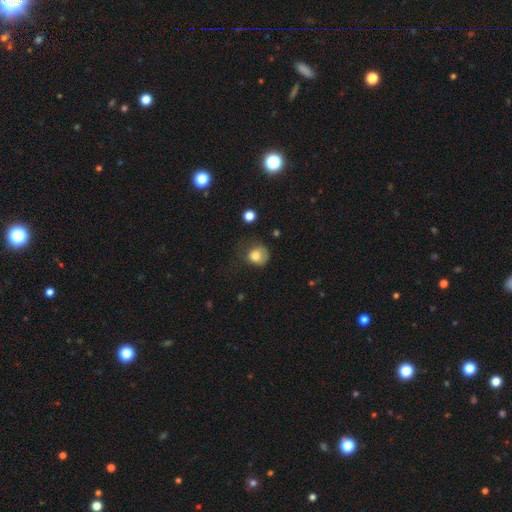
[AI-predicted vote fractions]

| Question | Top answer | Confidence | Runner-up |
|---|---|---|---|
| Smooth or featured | smooth | 79% | featured or disk (12%) |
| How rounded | round | 72% | in between (27%) |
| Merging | none | 40% | minor disturbance (30%) |